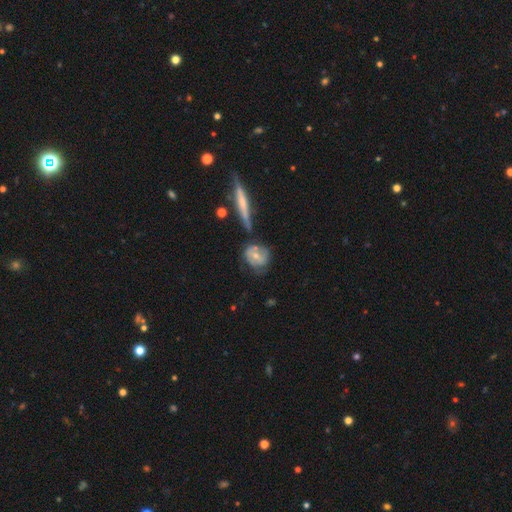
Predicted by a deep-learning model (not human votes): Smooth or featured? Predicted: featured or disk (p=0.51). Edge-on disk? Predicted: no (p=0.88). Merging? Predicted: none (p=0.50).